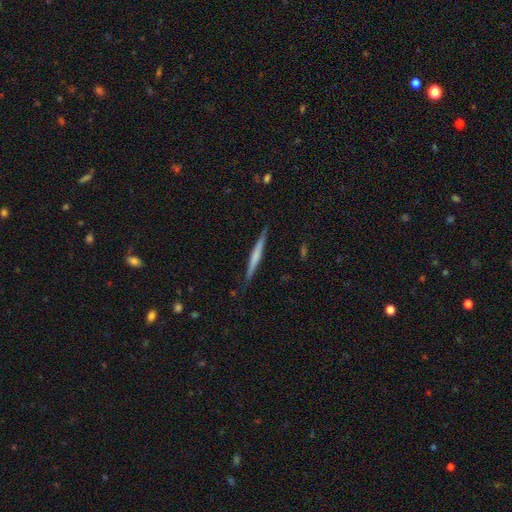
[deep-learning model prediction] smooth 47% (tied), featured or disk 47% (tied), star or artifact 6%. Down the decision tree: merging — none (86%).